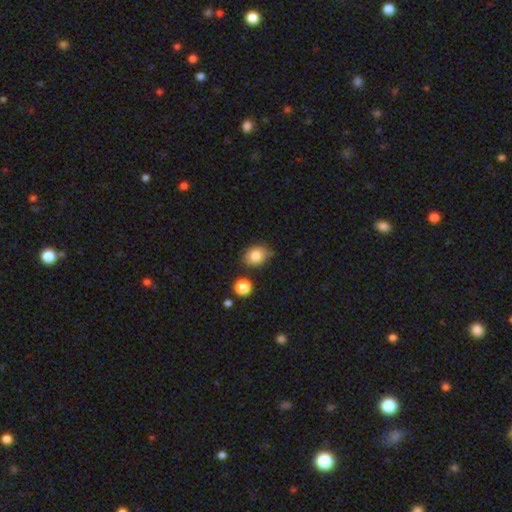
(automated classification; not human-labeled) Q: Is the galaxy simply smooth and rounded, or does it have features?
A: smooth — 82%.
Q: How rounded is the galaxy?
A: round — 51%.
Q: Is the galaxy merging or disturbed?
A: none — 74%.